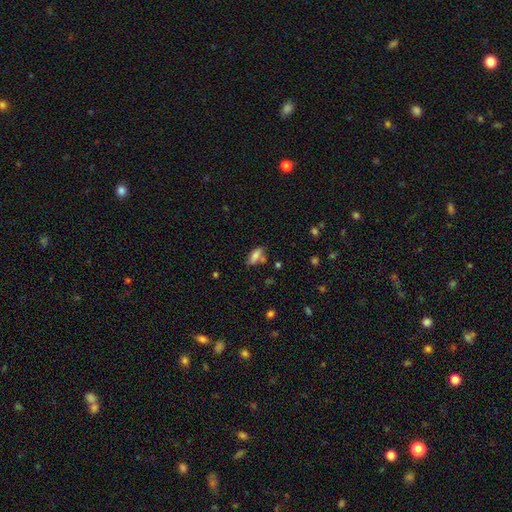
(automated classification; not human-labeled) This is likely a smooth galaxy (78%). How rounded: likely in between (78%). Merging: likely none (61%).